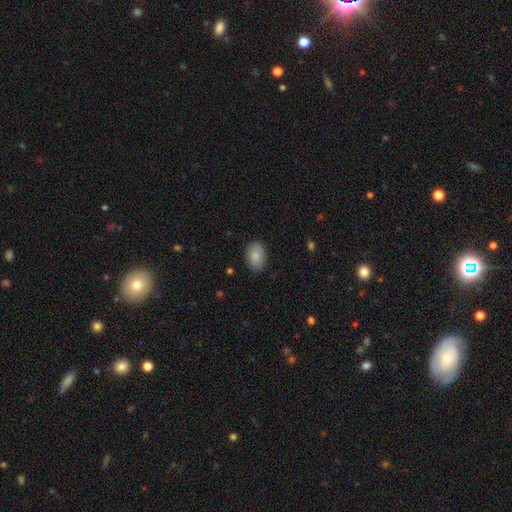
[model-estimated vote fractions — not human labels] This appears to be a smooth galaxy with no disk features (84%) that is in between round and cigar-shaped (85%). Merging: none (84%).